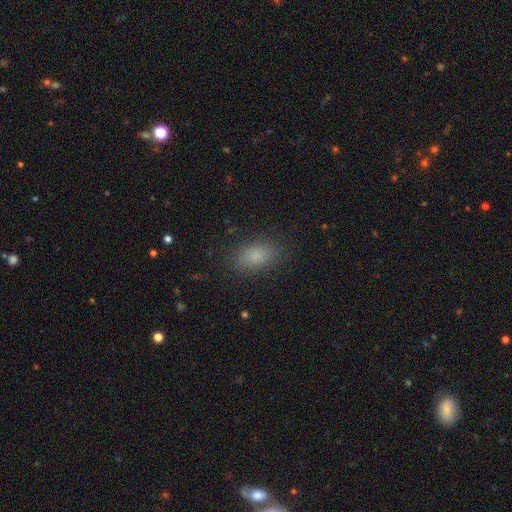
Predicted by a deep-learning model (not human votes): Q: Smooth or featured?
A: smooth (83%); runner-up: star or artifact (11%)
Q: How rounded?
A: in between (88%); runner-up: round (10%)
Q: Merging?
A: none (85%); runner-up: minor disturbance (10%)